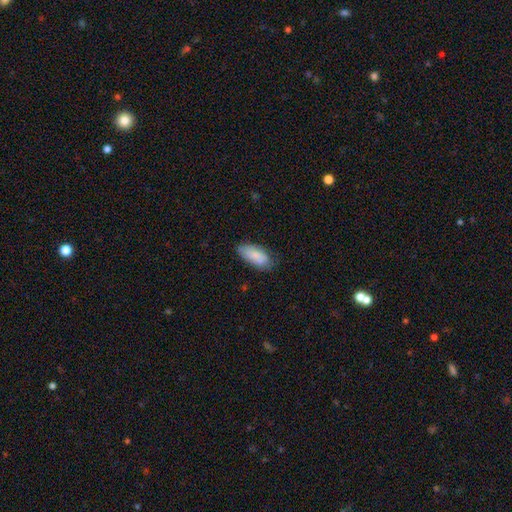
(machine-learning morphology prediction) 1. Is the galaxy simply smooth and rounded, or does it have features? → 81% smooth, 13% featured or disk, 6% star or artifact.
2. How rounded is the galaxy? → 90% in between, 9% cigar-shaped, 2% round.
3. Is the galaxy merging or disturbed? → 73% none, 22% minor disturbance, 4% major disturbance, 1% merger.